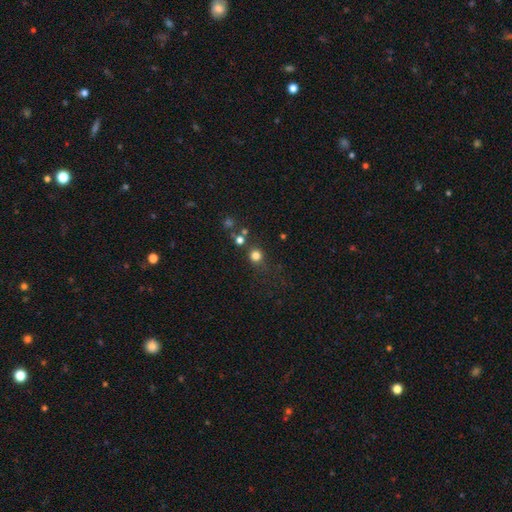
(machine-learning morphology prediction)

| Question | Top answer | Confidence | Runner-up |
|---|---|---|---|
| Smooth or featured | smooth | 76% | star or artifact (18%) |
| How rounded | round | 90% | in between (9%) |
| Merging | none | 75% | minor disturbance (10%) |